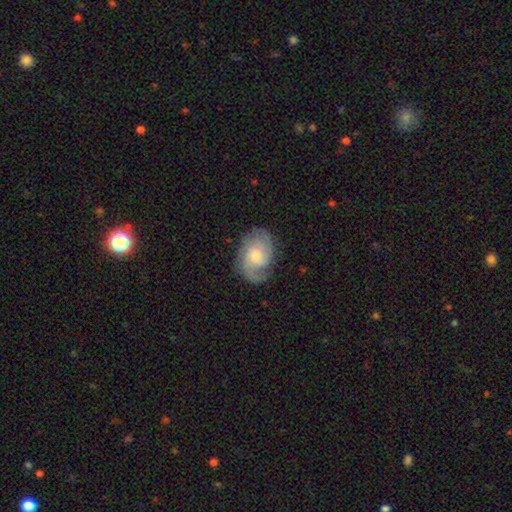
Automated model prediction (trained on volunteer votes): Smooth or featured? Predicted: featured or disk (p=0.74). Edge-on disk? Predicted: no (p=0.97). Bar? Predicted: no (p=0.66). Spiral arms? Predicted: yes (p=0.95). Spiral winding? Predicted: medium (p=0.44). Spiral arm count? Predicted: 2 (p=0.49). Bulge size? Predicted: moderate (p=0.50). Merging? Predicted: none (p=0.73).